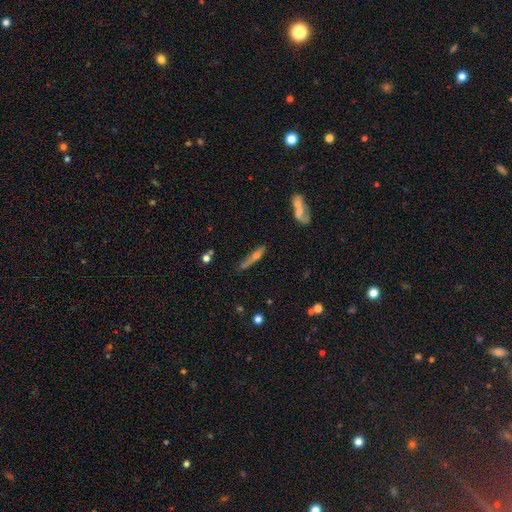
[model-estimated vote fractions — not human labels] A featured or disk galaxy (51%) viewed edge-on (86%).

Vote fractions:
- Smooth or featured? featured or disk: 51% / smooth: 36% / star or artifact: 13%
- Edge-on disk? yes: 86% / no: 14%
- Merging? none: 61% / minor disturbance: 22% / major disturbance: 9% / merger: 8%